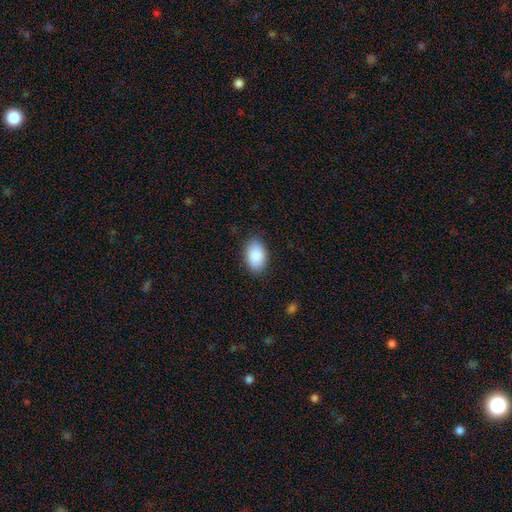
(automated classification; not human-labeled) Smooth or featured: smooth — 88% (star or artifact — 6%)
How rounded: in between — 90% (round — 9%)
Merging: none — 86% (minor disturbance — 10%)